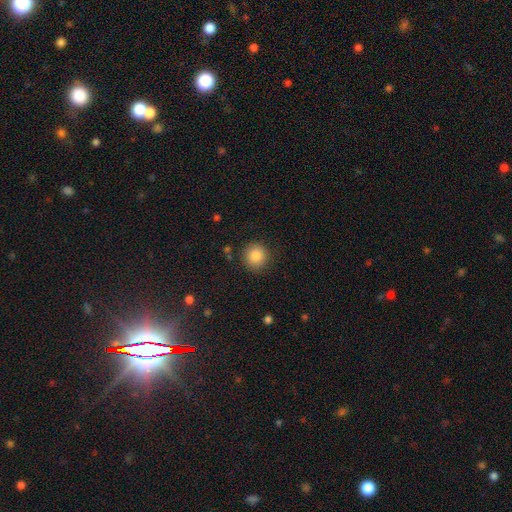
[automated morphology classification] The model was most divided on "smooth or featured": smooth: 85%, star or artifact: 9%, featured or disk: 6%. More confident: how rounded — round (92%); merging — none (88%).